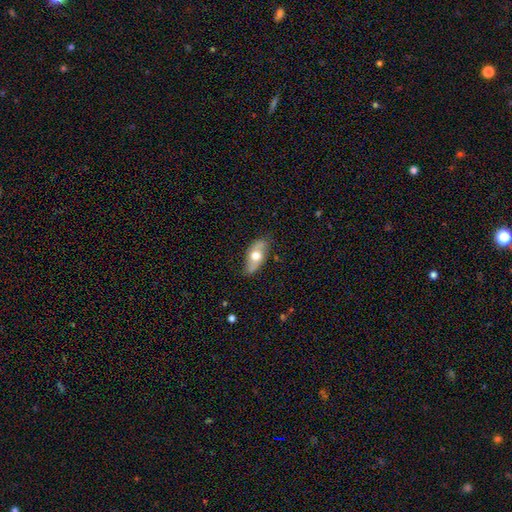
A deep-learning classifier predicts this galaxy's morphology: Smooth or featured? smooth (56%)
How rounded? in between (84%)
Merging? none (77%)